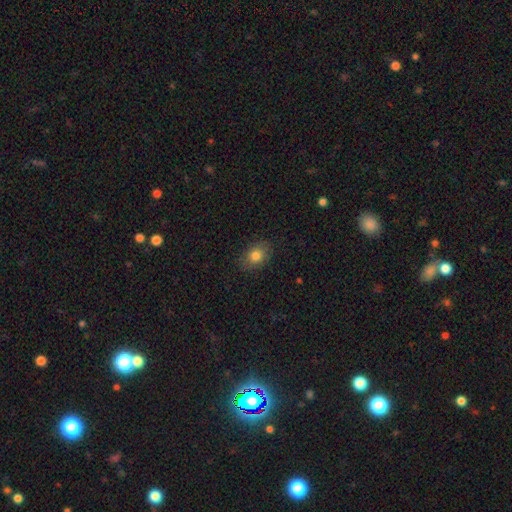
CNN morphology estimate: A smooth galaxy with no disk features (81%) that is in between round and cigar-shaped (63%).

Vote fractions:
- Smooth or featured? smooth: 81% / star or artifact: 10% / featured or disk: 9%
- How rounded? in between: 63% / round: 35% / cigar-shaped: 1%
- Merging? none: 84% / minor disturbance: 12% / major disturbance: 3% / merger: 1%